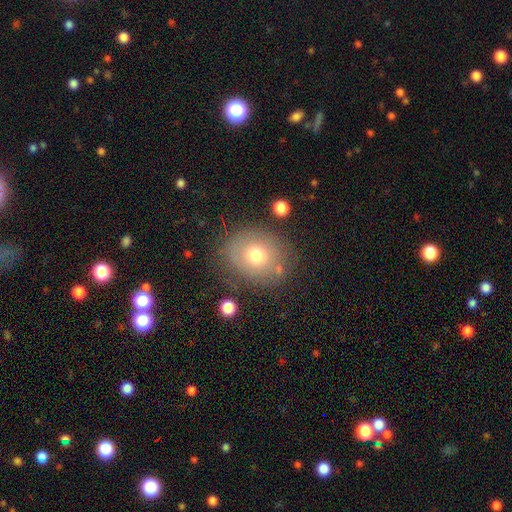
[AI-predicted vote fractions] smooth_or_featured: smooth (p=0.66) [alt: featured or disk p=0.21]
how_rounded: round (p=0.69) [alt: in between p=0.30]
merging: none (p=0.76) [alt: minor disturbance p=0.15]